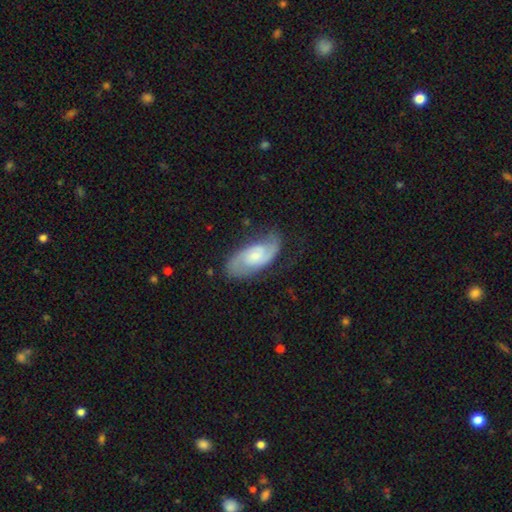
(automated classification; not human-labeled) The model was most divided on "spiral winding": medium: 49%, tight: 35%, loose: 17%. More confident: edge-on disk — no (96%); spiral arms — yes (95%); spiral arm count — 2 (85%); smooth or featured — featured or disk (78%); merging — none (74%); bar — no (57%); bulge size — small (51%).